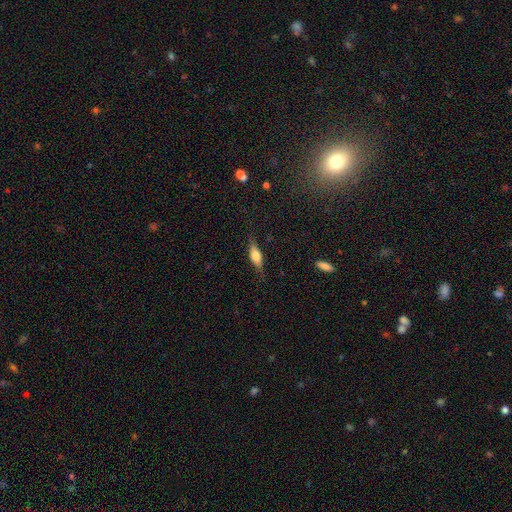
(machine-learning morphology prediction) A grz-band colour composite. It shows a smooth galaxy with no disk features (56%) that is in between round and cigar-shaped (59%). Merging: none (75%).